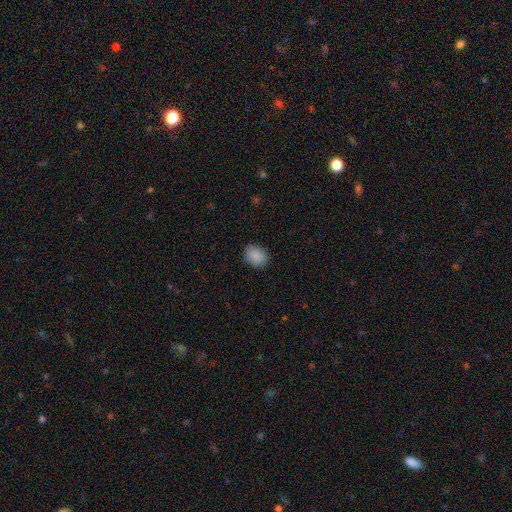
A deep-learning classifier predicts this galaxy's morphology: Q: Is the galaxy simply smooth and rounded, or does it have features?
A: smooth — 89%.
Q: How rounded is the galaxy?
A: in between — 53%.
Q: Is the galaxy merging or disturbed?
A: none — 86%.